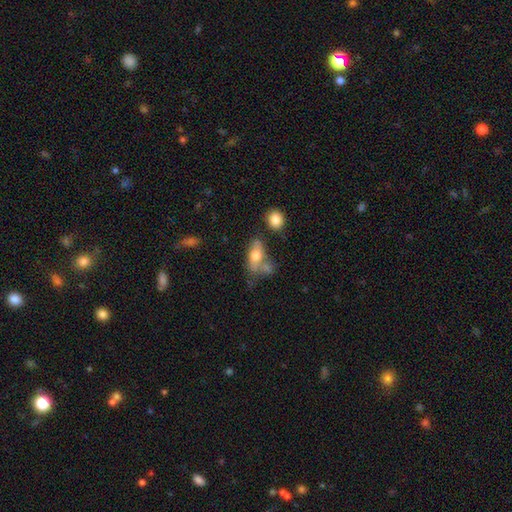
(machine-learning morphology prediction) A smooth galaxy with no disk features (62%) that is in between round and cigar-shaped (79%). Merging: none (37%).